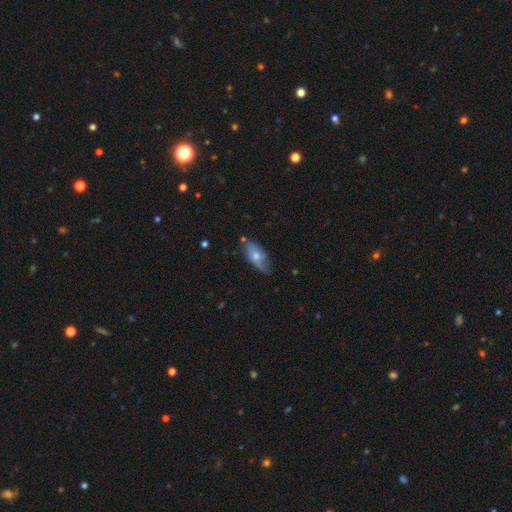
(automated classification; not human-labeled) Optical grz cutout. It shows a featured or disk galaxy (48%). Merging: none (64%).